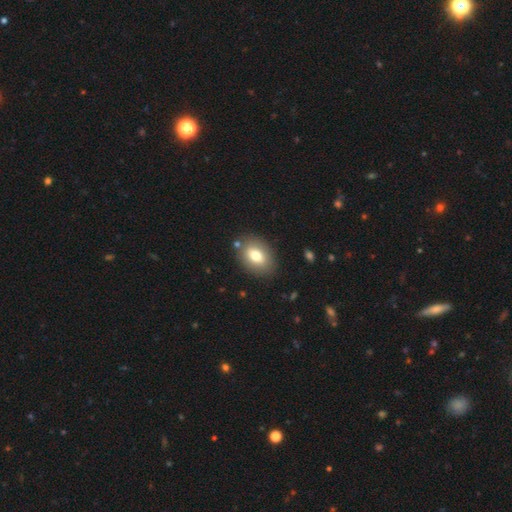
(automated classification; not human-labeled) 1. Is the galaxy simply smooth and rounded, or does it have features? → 75% smooth, 16% featured or disk, 8% star or artifact.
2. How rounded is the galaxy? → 79% in between, 20% round, 1% cigar-shaped.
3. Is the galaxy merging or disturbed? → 83% none, 10% minor disturbance, 4% merger, 3% major disturbance.